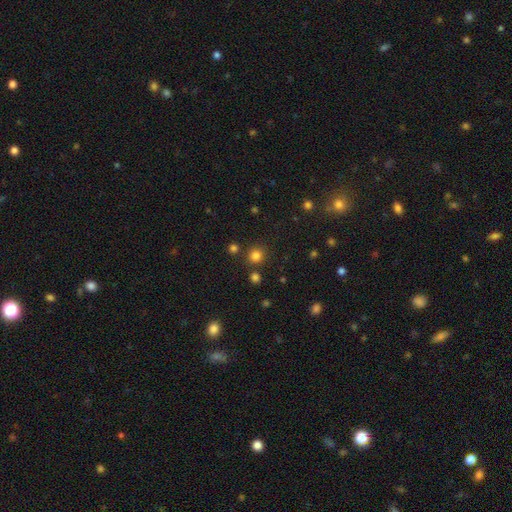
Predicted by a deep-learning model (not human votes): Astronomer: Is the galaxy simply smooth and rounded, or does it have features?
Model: smooth — 80%.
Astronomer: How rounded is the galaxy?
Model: round — 92%.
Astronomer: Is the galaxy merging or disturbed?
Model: none — 84%.